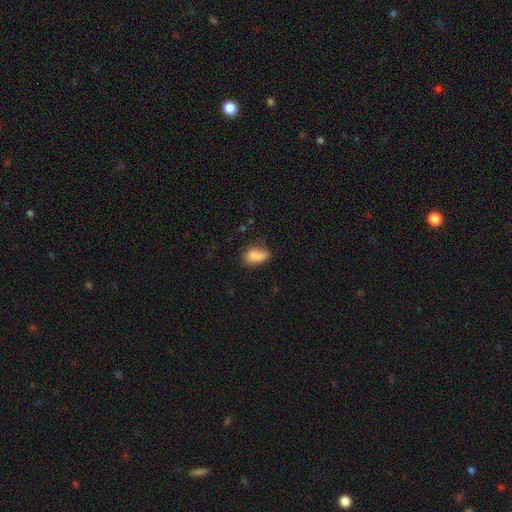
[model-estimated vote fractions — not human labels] Overall: smooth (84%). How rounded: in between (88%). Merging: none (53%; minor disturbance 32%).